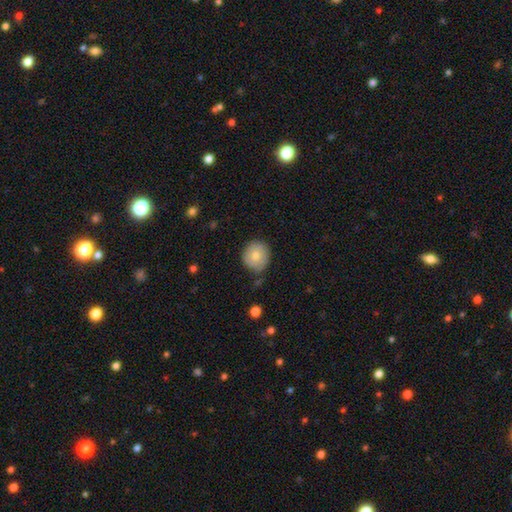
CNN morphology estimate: smooth_or_featured: smooth (p=0.75) [alt: featured or disk p=0.17]
how_rounded: round (p=0.87) [alt: in between p=0.12]
merging: none (p=0.71) [alt: minor disturbance p=0.22]